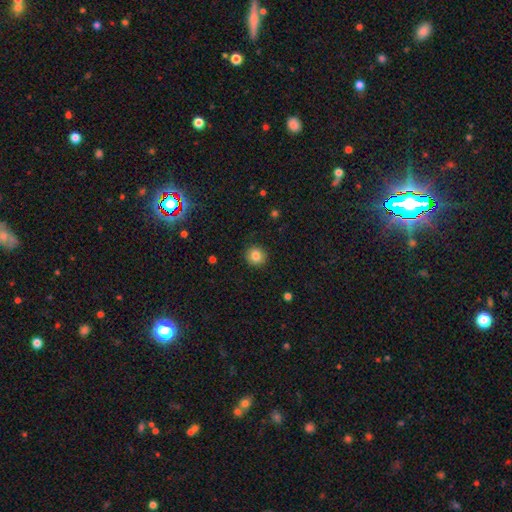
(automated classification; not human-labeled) smooth 84%, star or artifact 10%, featured or disk 6%. Down the decision tree: how rounded — round (92%); merging — none (91%).